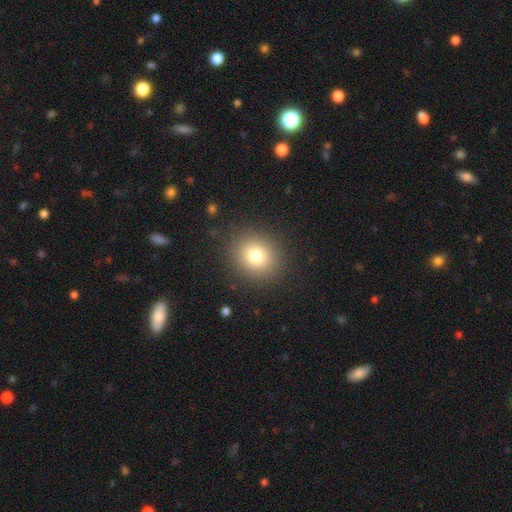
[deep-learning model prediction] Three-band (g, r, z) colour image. It shows a smooth galaxy with no disk features (78%) that is round (83%). Merging: none (88%).